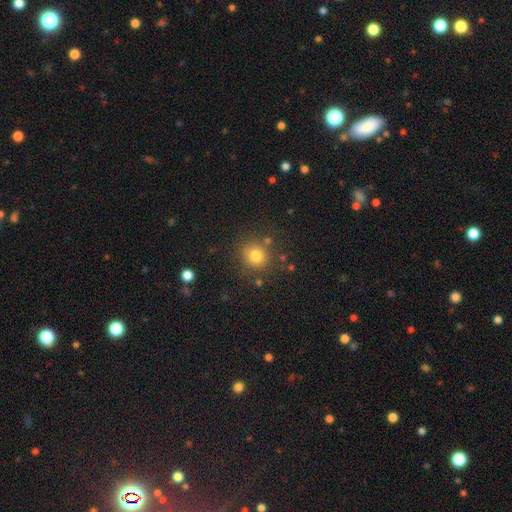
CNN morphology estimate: smooth_or_featured: smooth (p=0.79) [alt: star or artifact p=0.14]
how_rounded: round (p=0.90) [alt: in between p=0.09]
merging: none (p=0.81) [alt: minor disturbance p=0.11]